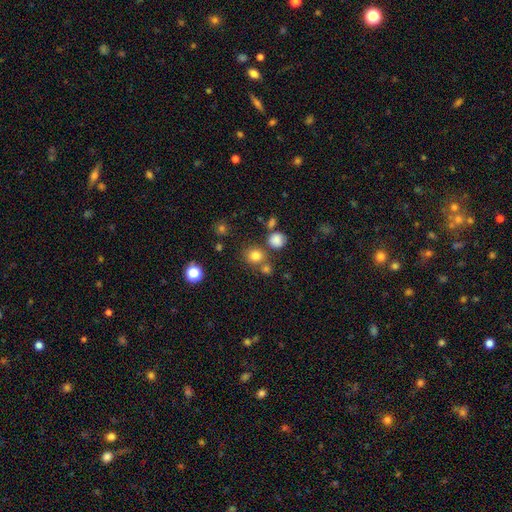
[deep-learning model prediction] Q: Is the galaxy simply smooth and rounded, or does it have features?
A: smooth — 78%.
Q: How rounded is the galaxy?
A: round — 84%.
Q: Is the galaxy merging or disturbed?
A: none — 71%.